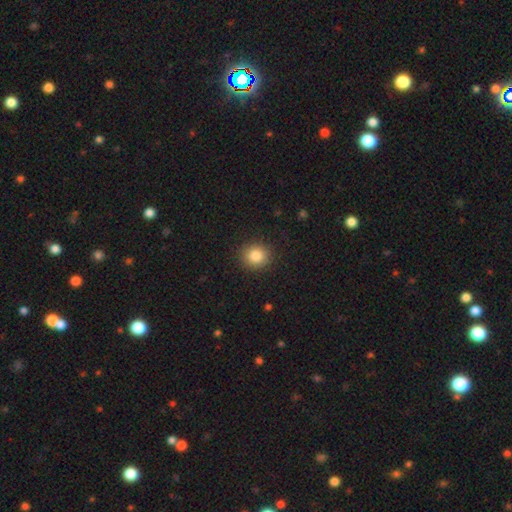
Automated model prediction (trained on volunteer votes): Smooth or featured: smooth — 85% (star or artifact — 10%)
How rounded: round — 83% (in between — 16%)
Merging: none — 89% (minor disturbance — 7%)